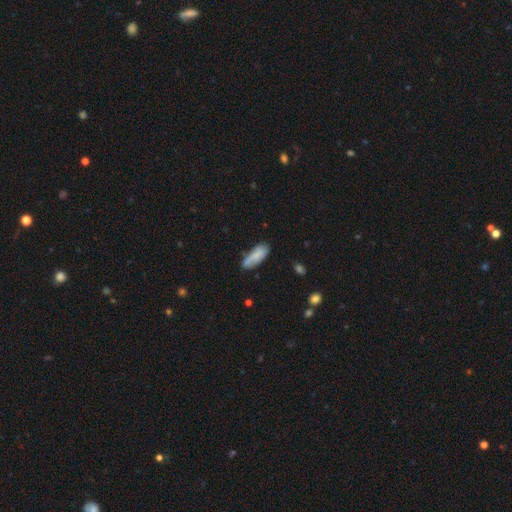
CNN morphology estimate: The model was most divided on "merging": none: 60%, minor disturbance: 27%, major disturbance: 7%, merger: 6%. More confident: smooth or featured — smooth (76%); how rounded — in between (69%).